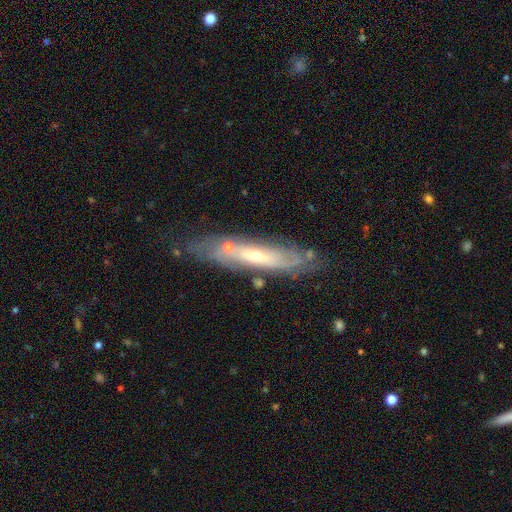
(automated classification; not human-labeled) Smooth or featured? Predicted: featured or disk (p=0.74). Edge-on disk? Predicted: no (p=0.58). Merging? Predicted: none (p=0.70).